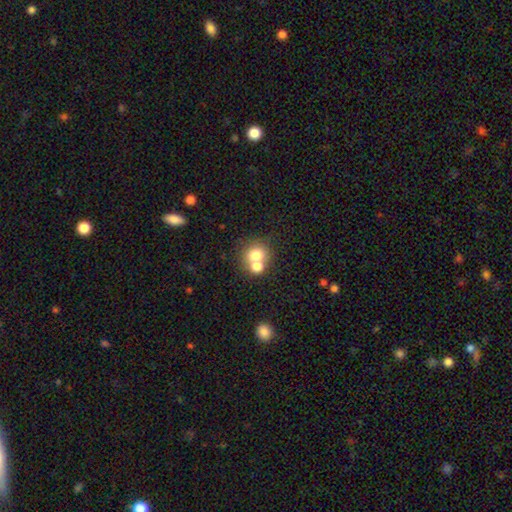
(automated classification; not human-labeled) Smooth or featured?
  - smooth: 72% *
  - featured or disk: 17%
  - star or artifact: 11%
How rounded?
  - round: 75% *
  - in between: 24%
  - cigar-shaped: 1%
Merging?
  - merger: 56% *
  - none: 35%
  - minor disturbance: 6%
  - major disturbance: 3%